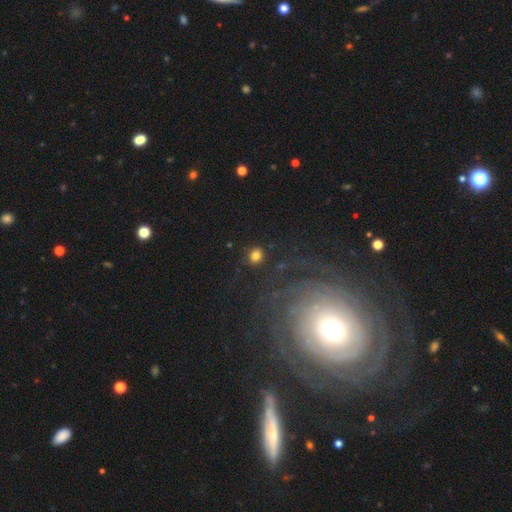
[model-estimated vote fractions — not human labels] smooth-or-featured: smooth: 78% | star or artifact: 13% | featured or disk: 9%
  how-rounded: round: 70% | in between: 29% | cigar-shaped: 1%
  merging: none: 85% | minor disturbance: 9% | major disturbance: 4% | merger: 2%